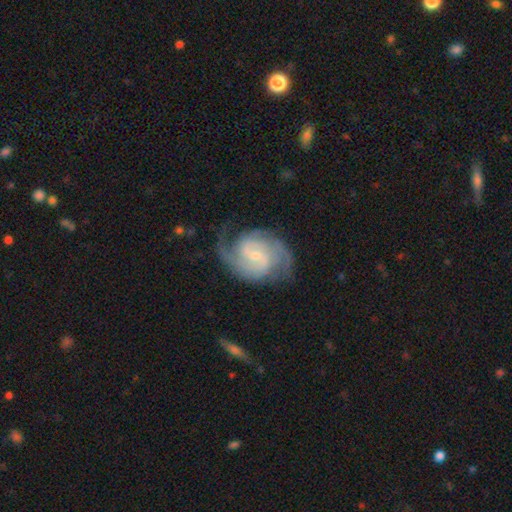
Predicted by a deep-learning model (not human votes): Overall: featured or disk (88%). Edge-on disk: no (98%). Bar: weak (46%; no 44%). Spiral arms: yes (97%). Spiral arm count: 2 (54%; 3 18%). Spiral winding: medium (44%, tied with tight). Bulge size: small (67%; moderate 29%). Merging: none (69%).